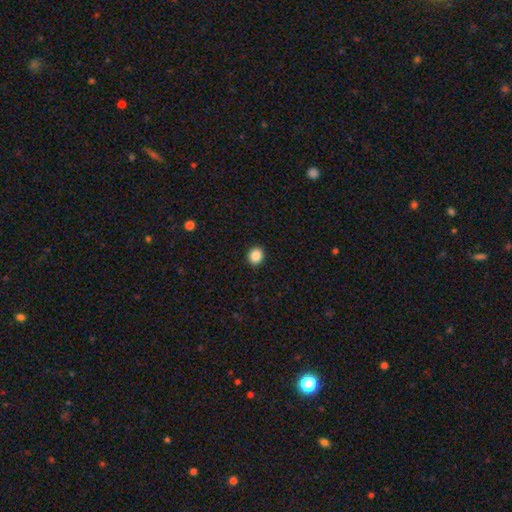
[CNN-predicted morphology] A smooth galaxy with no disk features (87%) that is round (68%). Merging: none (92%).